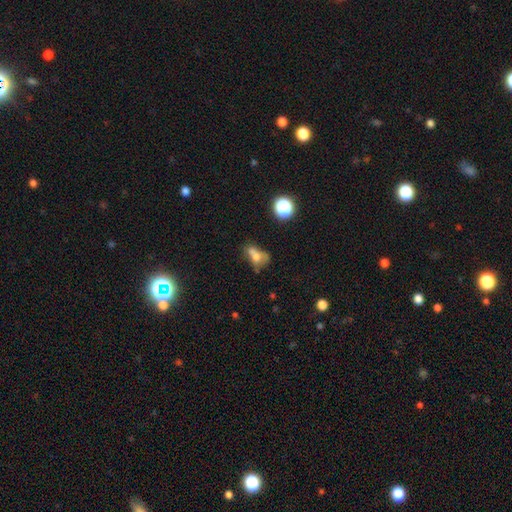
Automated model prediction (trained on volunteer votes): Smooth or featured? Predicted: smooth (p=0.59). How rounded? Predicted: in between (p=0.62). Merging? Predicted: merger (p=0.44).